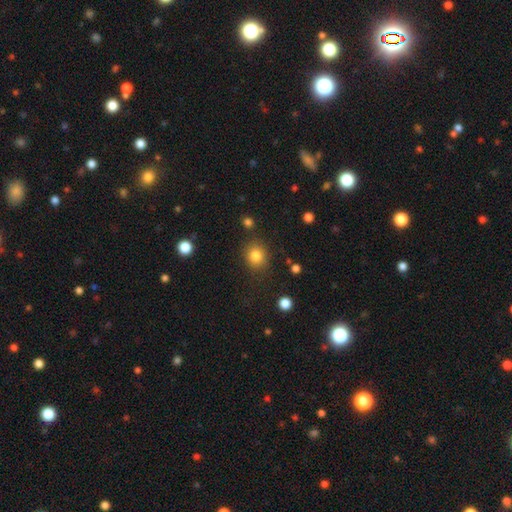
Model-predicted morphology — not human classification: smooth-or-featured: smooth: 83% | star or artifact: 11% | featured or disk: 6%
  how-rounded: round: 76% | in between: 23% | cigar-shaped: 1%
  merging: none: 84% | minor disturbance: 10% | major disturbance: 4% | merger: 3%